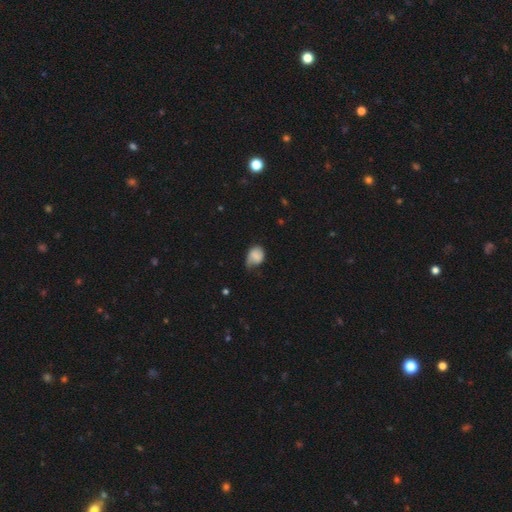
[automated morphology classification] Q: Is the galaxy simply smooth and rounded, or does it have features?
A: smooth — 71%.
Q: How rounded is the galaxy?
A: in between — 57%.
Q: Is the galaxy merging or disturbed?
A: minor disturbance — 44%.